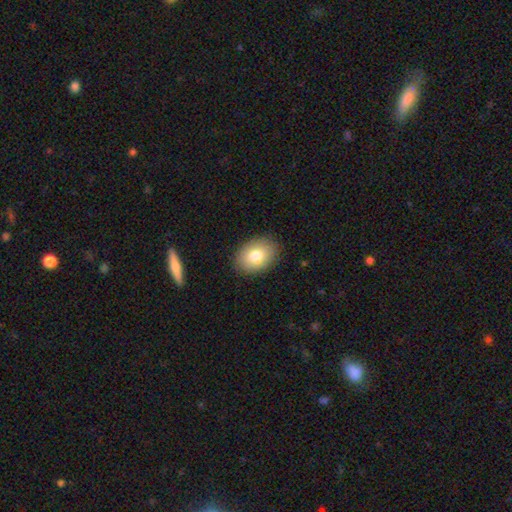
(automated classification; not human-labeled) A smooth galaxy with no disk features (79%) that is in between round and cigar-shaped (75%).

Vote fractions:
- Smooth or featured? smooth: 79% / featured or disk: 12% / star or artifact: 8%
- How rounded? in between: 75% / round: 24% / cigar-shaped: 1%
- Merging? none: 87% / minor disturbance: 10% / major disturbance: 2% / merger: 1%